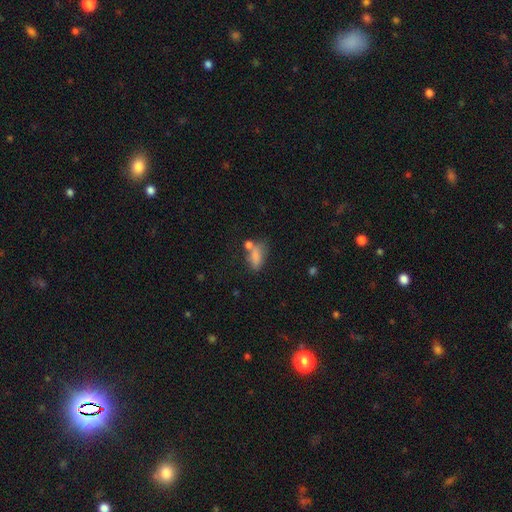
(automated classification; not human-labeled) Q: Smooth or featured?
A: smooth (78%); runner-up: featured or disk (11%)
Q: How rounded?
A: in between (80%); runner-up: cigar-shaped (13%)
Q: Merging?
A: none (44%); runner-up: merger (23%)